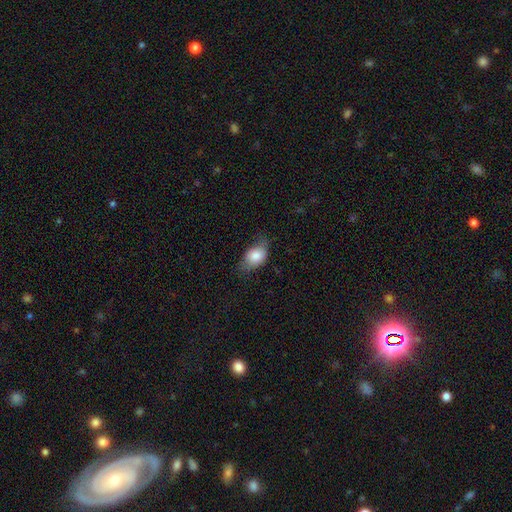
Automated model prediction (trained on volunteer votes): A smooth galaxy with no disk features (80%) that is in between round and cigar-shaped (83%).

Vote fractions:
- Smooth or featured? smooth: 80% / featured or disk: 12% / star or artifact: 7%
- How rounded? in between: 83% / round: 15% / cigar-shaped: 2%
- Merging? none: 52% / minor disturbance: 34% / major disturbance: 12% / merger: 1%